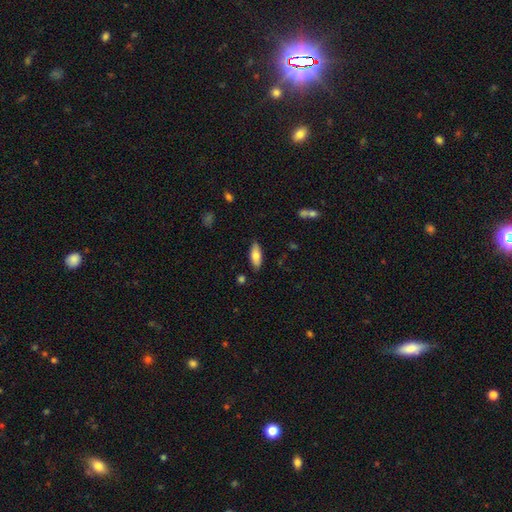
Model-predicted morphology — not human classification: Smooth or featured?
  - smooth: 75% *
  - featured or disk: 18%
  - star or artifact: 6%
How rounded?
  - in between: 77% *
  - cigar-shaped: 21%
  - round: 2%
Merging?
  - none: 85% *
  - minor disturbance: 11%
  - major disturbance: 2%
  - merger: 2%